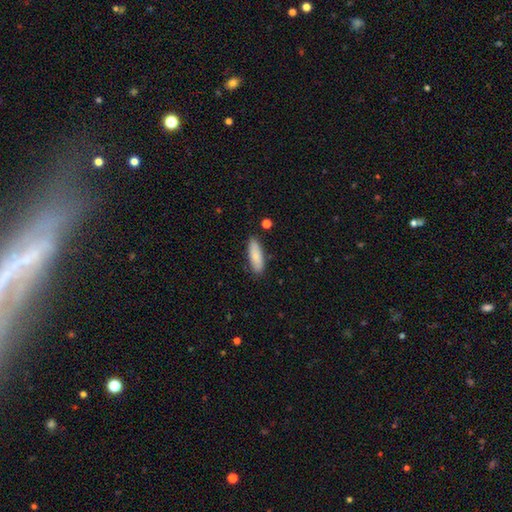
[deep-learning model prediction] Morphology: type=smooth (83%); roundness=in between (55%); merging=none (83%).